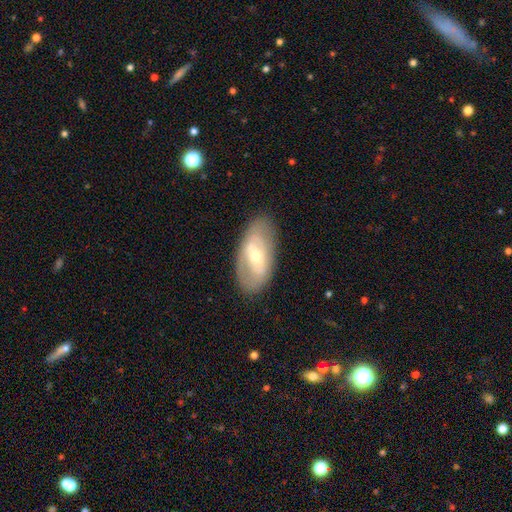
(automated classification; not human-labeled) smooth-or-featured: featured or disk: 64% | smooth: 29% | star or artifact: 6%
  disk-edge-on: no: 90% | yes: 10%
    bar: weak: 40% | strong: 33% | no: 28%
    has-spiral-arms: yes: 51% | no: 49%
    bulge-size: small: 53% | moderate: 43% | large: 3% | none: 1% | dominant: 1%
  merging: none: 80% | minor disturbance: 14% | major disturbance: 5% | merger: 1%